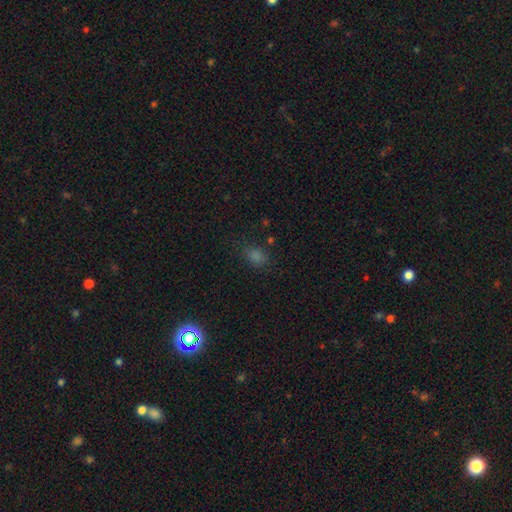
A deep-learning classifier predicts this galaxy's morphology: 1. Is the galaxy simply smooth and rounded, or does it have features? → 68% smooth, 26% star or artifact, 6% featured or disk.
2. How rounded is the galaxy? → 58% in between, 40% round, 2% cigar-shaped.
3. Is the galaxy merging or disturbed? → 79% none, 14% minor disturbance, 5% major disturbance, 2% merger.